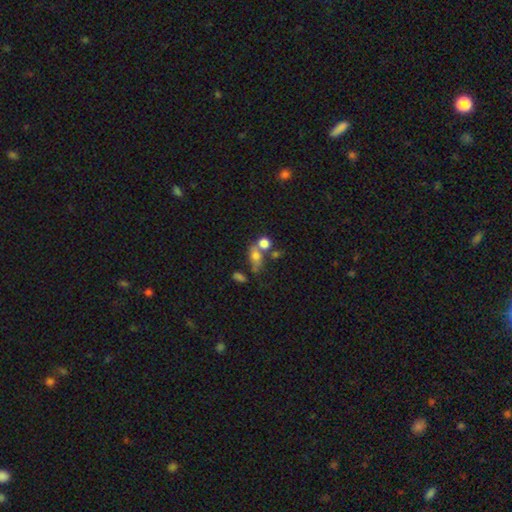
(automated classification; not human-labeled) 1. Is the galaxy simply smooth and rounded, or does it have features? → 66% smooth, 19% featured or disk, 15% star or artifact.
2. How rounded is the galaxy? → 53% in between, 42% round, 5% cigar-shaped.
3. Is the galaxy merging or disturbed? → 40% merger, 37% none, 14% minor disturbance, 10% major disturbance.